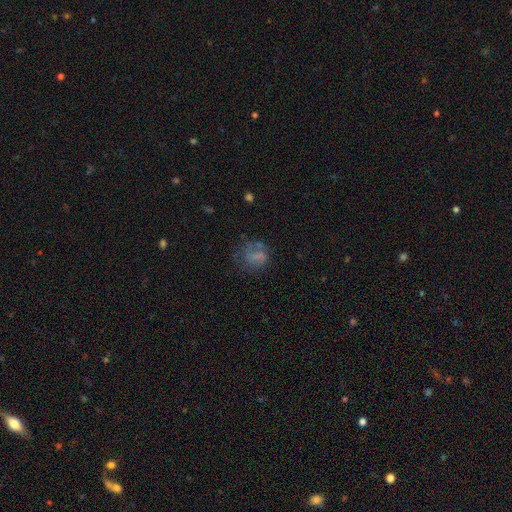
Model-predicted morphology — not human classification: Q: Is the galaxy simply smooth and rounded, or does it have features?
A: smooth — 55%.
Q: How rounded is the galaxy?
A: round — 58%.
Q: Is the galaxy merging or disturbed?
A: none — 42%.